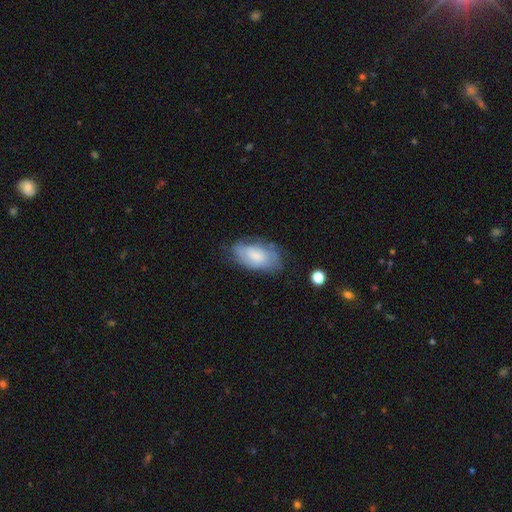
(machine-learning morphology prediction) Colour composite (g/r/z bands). It shows a smooth galaxy with no disk features (52%) that is in between round and cigar-shaped (93%). Merging: none (60%).